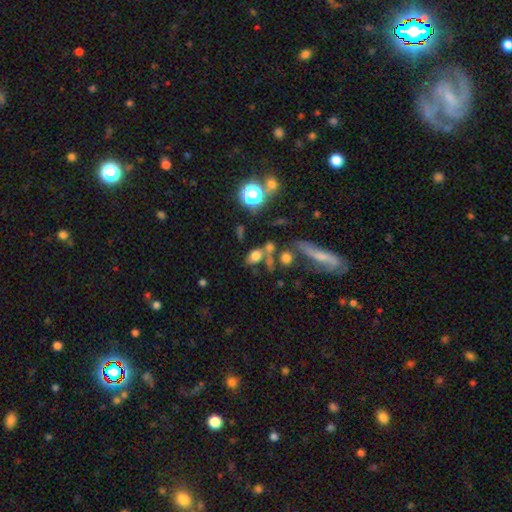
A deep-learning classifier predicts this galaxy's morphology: This appears to be a smooth galaxy with no disk features (65%) that is in between round and cigar-shaped (67%). Merging: none (44%).